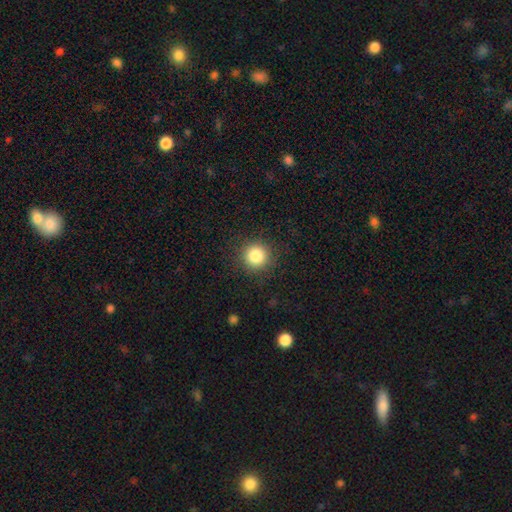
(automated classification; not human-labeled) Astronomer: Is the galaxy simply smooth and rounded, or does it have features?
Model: smooth — 84%.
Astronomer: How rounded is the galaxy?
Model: round — 94%.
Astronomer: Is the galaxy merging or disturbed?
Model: none — 90%.